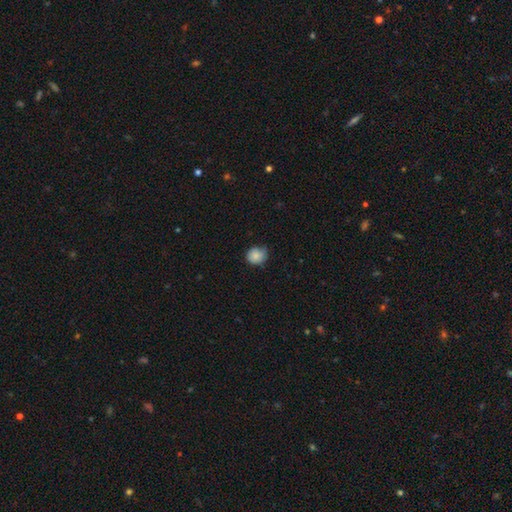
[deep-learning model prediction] Overall: smooth (84%). How rounded: round (77%). Merging: none (60%; minor disturbance 33%).